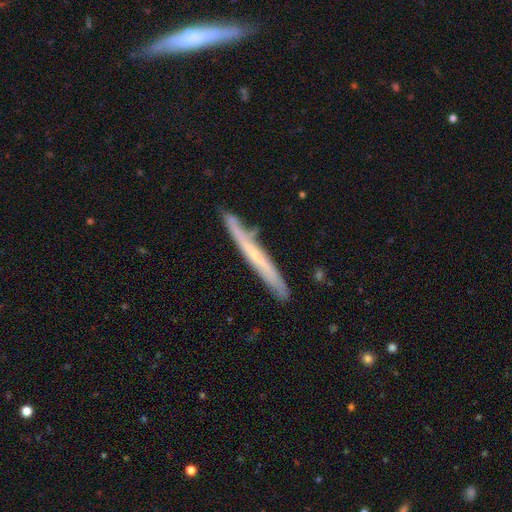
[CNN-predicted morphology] Smooth or featured? Predicted: featured or disk (p=0.60). Edge-on disk? Predicted: yes (p=0.88). Edge-on bulge? Predicted: none (p=0.71). Merging? Predicted: none (p=0.75).